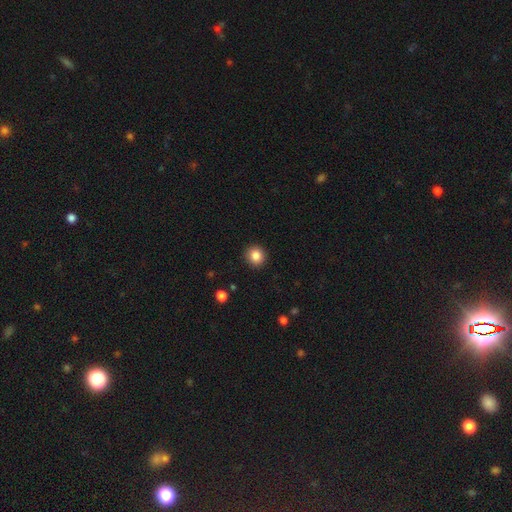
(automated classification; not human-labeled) smooth_or_featured: smooth (p=0.85) [alt: star or artifact p=0.10]
how_rounded: round (p=0.90) [alt: in between p=0.10]
merging: none (p=0.92) [alt: minor disturbance p=0.05]